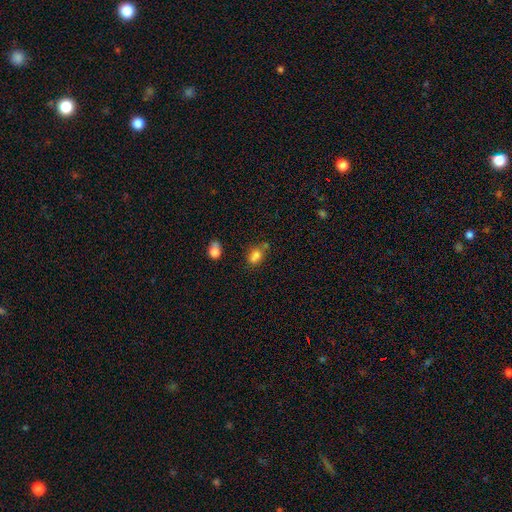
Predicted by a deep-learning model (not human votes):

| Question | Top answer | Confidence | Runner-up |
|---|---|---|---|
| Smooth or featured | smooth | 75% | star or artifact (14%) |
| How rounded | in between | 66% | round (32%) |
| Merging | none | 46% | merger (28%) |